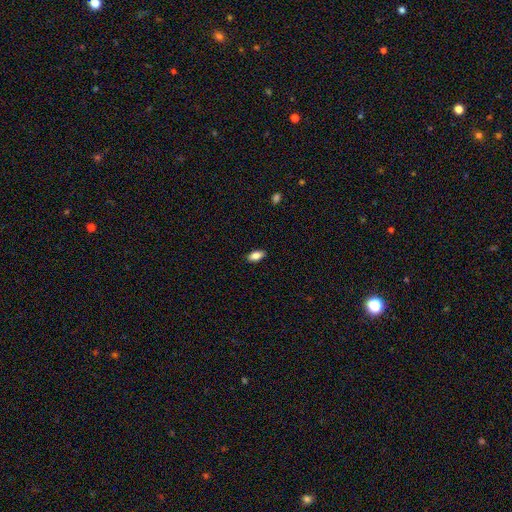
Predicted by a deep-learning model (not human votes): Q: Smooth or featured?
A: smooth (85%); runner-up: featured or disk (8%)
Q: How rounded?
A: in between (90%); runner-up: cigar-shaped (7%)
Q: Merging?
A: none (88%); runner-up: minor disturbance (9%)